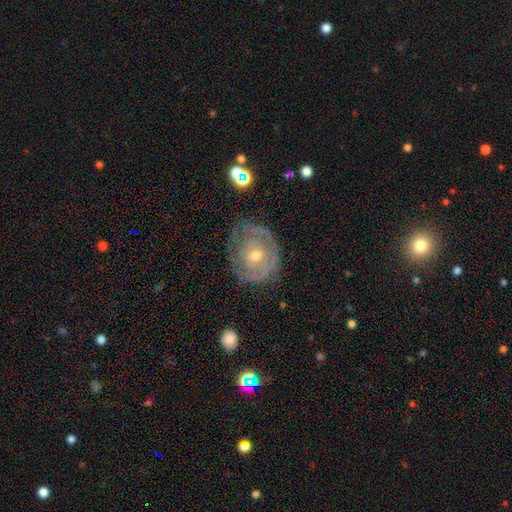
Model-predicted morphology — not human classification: Overall: featured or disk (73%). Edge-on disk: no (96%). Bar: no (79%). Spiral arms: yes (72%). Spiral arm count: can't tell (50%; 2 22%). Spiral winding: tight (70%). Bulge size: moderate (54%; small 41%). Merging: none (62%; minor disturbance 23%).